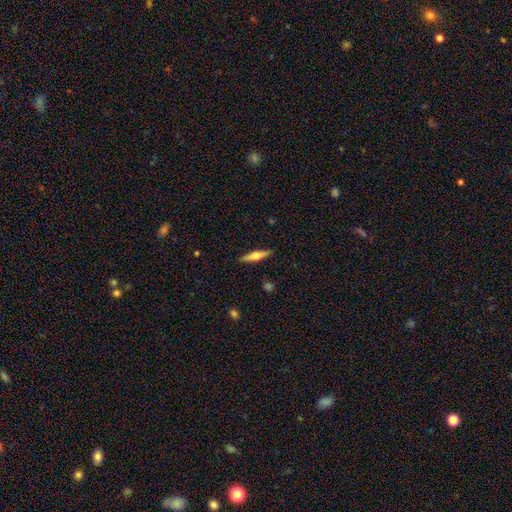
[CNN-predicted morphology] A featured or disk galaxy (52%) viewed edge-on (95%). Merging: none (89%).